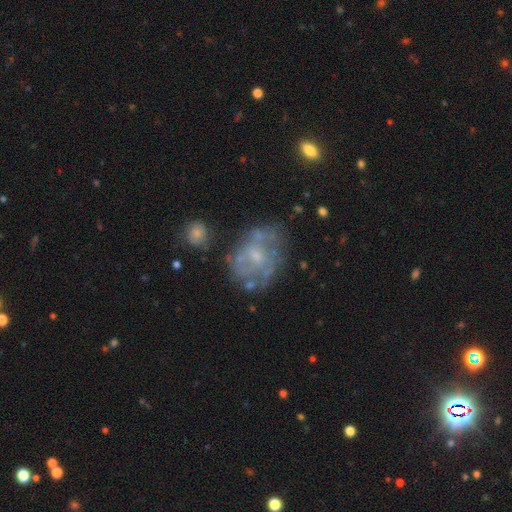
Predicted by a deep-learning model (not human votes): The model was most divided on "spiral arms": no: 53%, yes: 47%. More confident: edge-on disk — no (97%); bar — no (71%); smooth or featured — featured or disk (67%); bulge size — small (53%); merging — none (53%).